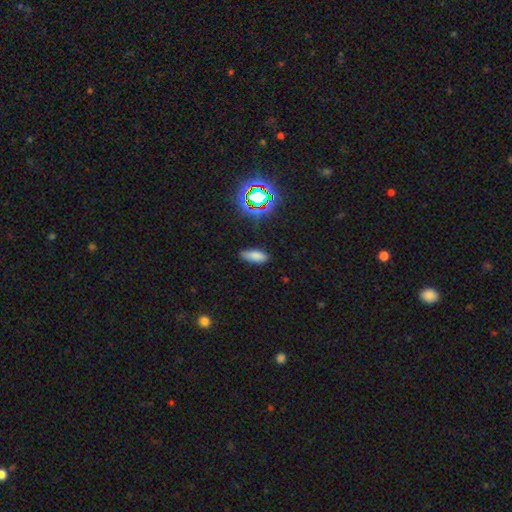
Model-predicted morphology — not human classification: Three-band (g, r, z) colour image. It shows a smooth galaxy with no disk features (77%) that is in between round and cigar-shaped (78%). Merging: none (82%).